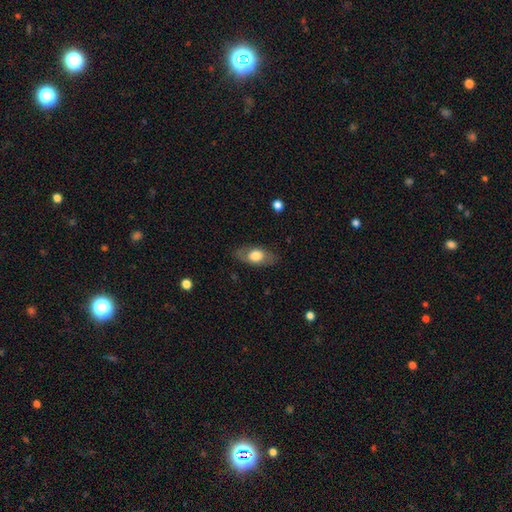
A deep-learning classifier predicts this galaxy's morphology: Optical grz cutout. It shows a smooth galaxy with no disk features (65%) that is in between round and cigar-shaped (86%). Merging: none (80%).